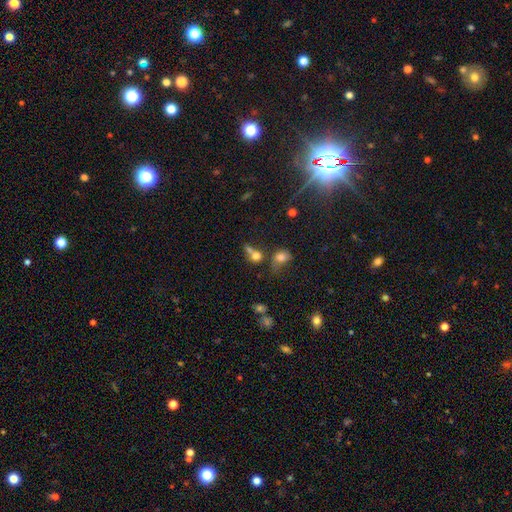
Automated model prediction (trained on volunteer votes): Smooth or featured: smooth — 71% (star or artifact — 17%)
How rounded: round — 74% (in between — 23%)
Merging: merger — 47% (none — 34%)